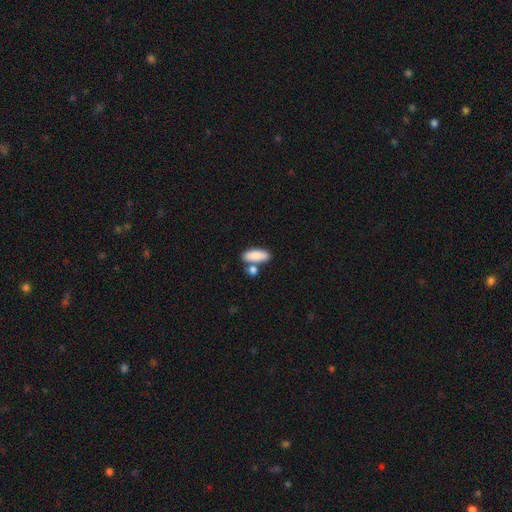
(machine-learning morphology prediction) This appears to be a smooth galaxy with no disk features (86%) that is in between round and cigar-shaped (81%). Merging: none (57%).